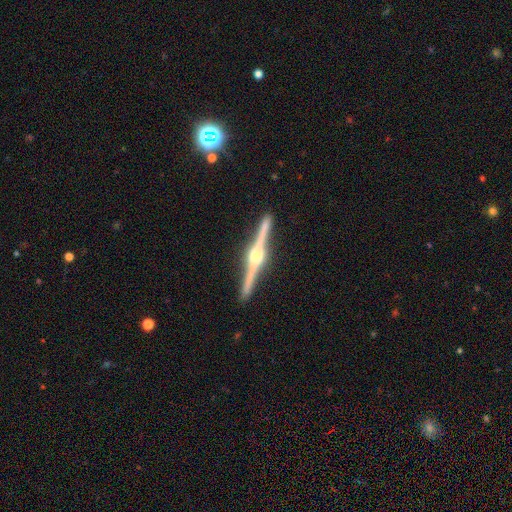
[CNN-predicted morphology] Q: Smooth or featured?
A: featured or disk (90%); runner-up: smooth (6%)
Q: Edge-on disk?
A: yes (99%); runner-up: no (1%)
Q: Edge-on bulge?
A: rounded (92%); runner-up: boxy (6%)
Q: Merging?
A: none (90%); runner-up: minor disturbance (6%)